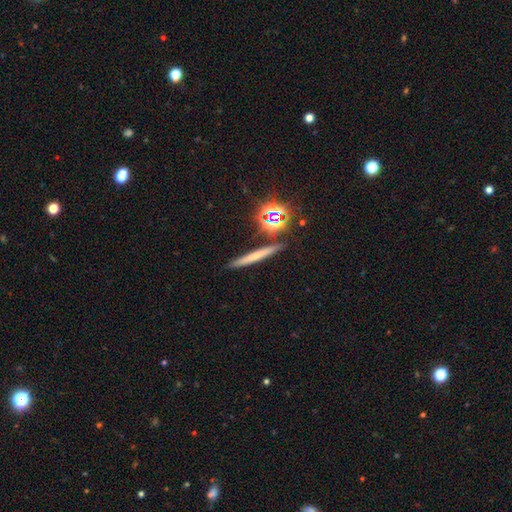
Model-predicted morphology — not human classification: This appears to be a smooth galaxy with no disk features (50%). Merging: none (87%).